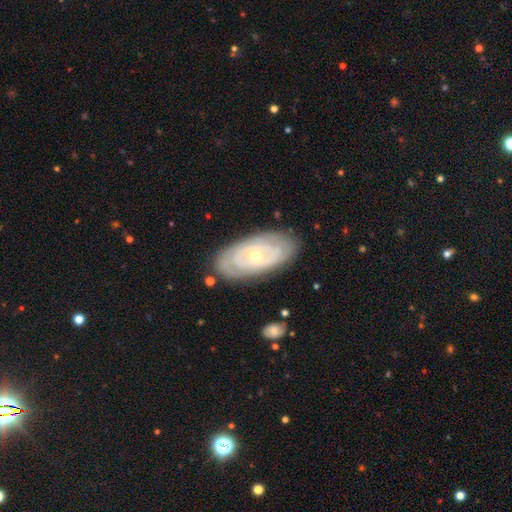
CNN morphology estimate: The model was most divided on "bulge size": small: 58%, moderate: 39%, large: 1%, none: 1%, dominant: 1%. More confident: edge-on disk — no (91%); merging — none (82%); bar — no (77%); smooth or featured — featured or disk (76%); spiral arms — yes (70%).